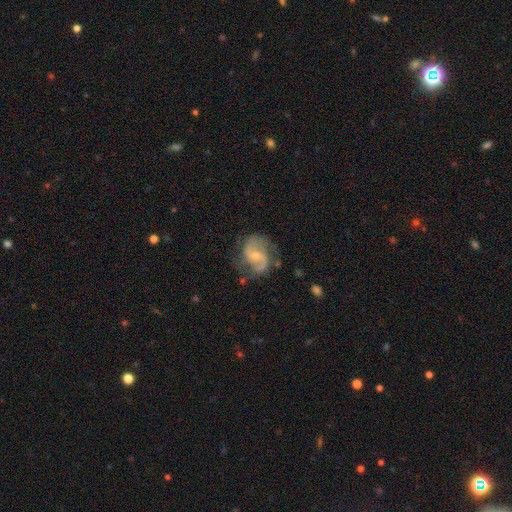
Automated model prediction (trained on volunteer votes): Morphology: type=featured or disk (85%); edge-on=no (98%); bar=no (47%); spiral arms=yes (96%); winding=medium (52%); arm count=2 (89%); bulge=small (57%); merging=none (69%).